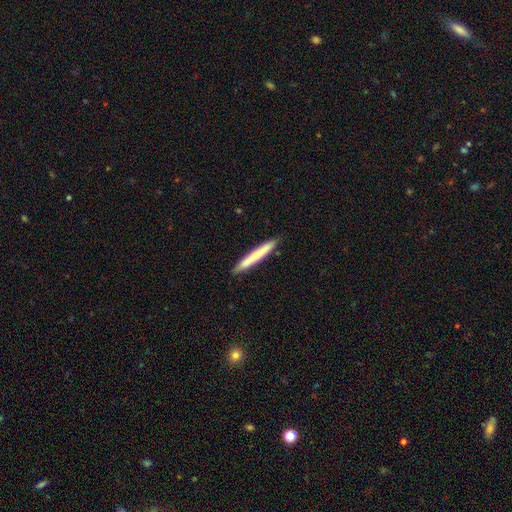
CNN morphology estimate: Smooth or featured? Predicted: smooth (p=0.70). How rounded? Predicted: cigar-shaped (p=0.97). Merging? Predicted: none (p=0.90).